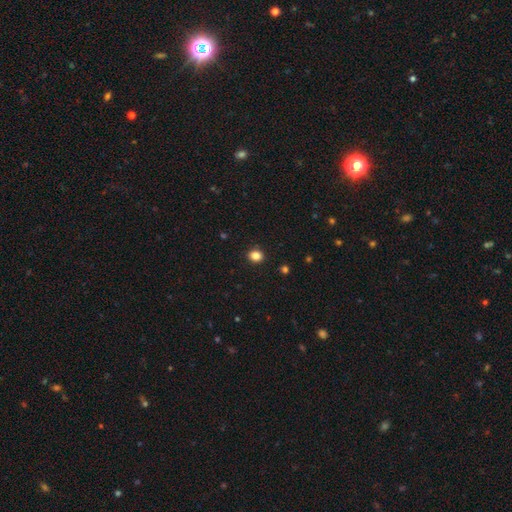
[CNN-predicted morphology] A smooth galaxy with no disk features (85%) that is round (66%). Merging: none (91%).